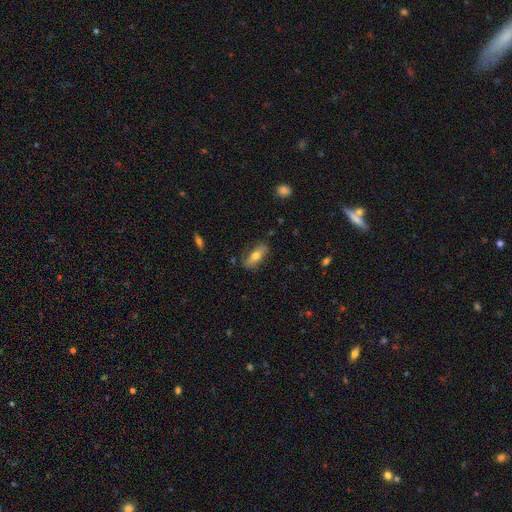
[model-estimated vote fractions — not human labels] Smooth or featured? Predicted: smooth (p=0.59). How rounded? Predicted: in between (p=0.60). Merging? Predicted: none (p=0.79).